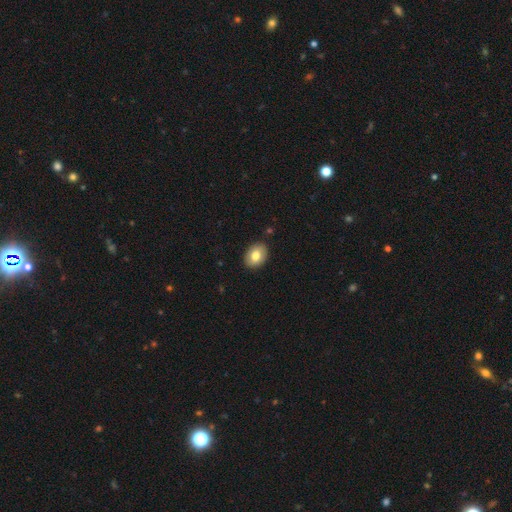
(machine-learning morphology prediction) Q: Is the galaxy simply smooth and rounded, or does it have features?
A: smooth — 79%.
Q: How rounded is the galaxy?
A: in between — 72%.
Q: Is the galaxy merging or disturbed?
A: none — 89%.